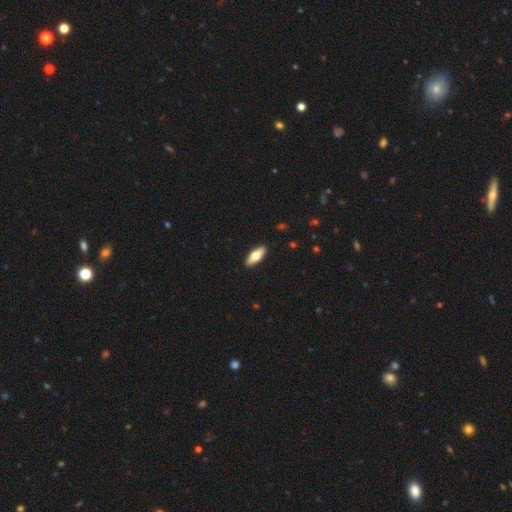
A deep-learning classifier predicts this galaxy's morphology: smooth-or-featured: smooth: 65% | featured or disk: 30% | star or artifact: 6%
  how-rounded: in between: 70% | cigar-shaped: 27% | round: 3%
  merging: none: 91% | minor disturbance: 7% | major disturbance: 1% | merger: 1%